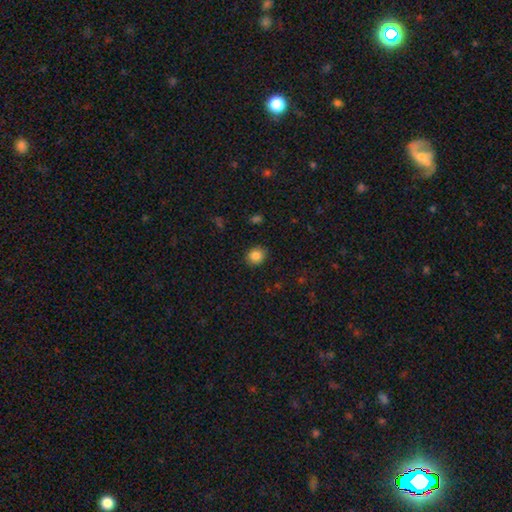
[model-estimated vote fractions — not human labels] A smooth galaxy with no disk features (84%) that is round (73%).

Vote fractions:
- Smooth or featured? smooth: 84% / star or artifact: 10% / featured or disk: 6%
- How rounded? round: 73% / in between: 26% / cigar-shaped: 1%
- Merging? none: 87% / minor disturbance: 9% / major disturbance: 2% / merger: 1%